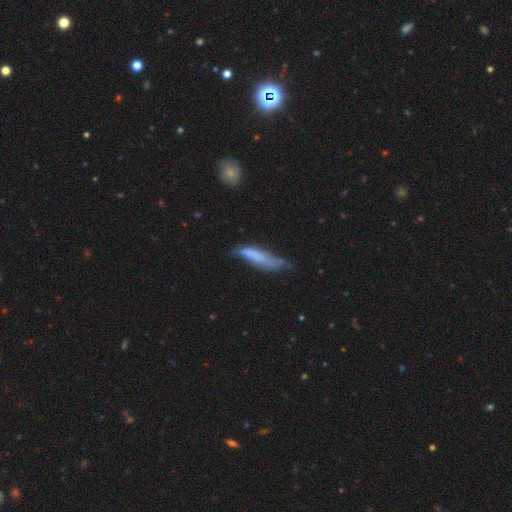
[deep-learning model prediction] A smooth galaxy with no disk features (63%) that is cigar-shaped (75%). Merging: minor disturbance (39%).